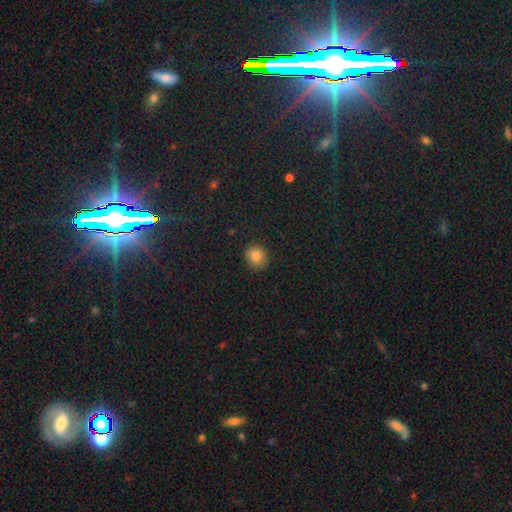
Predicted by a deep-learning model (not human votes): smooth-or-featured: smooth: 85% | star or artifact: 11% | featured or disk: 4%
  how-rounded: round: 86% | in between: 13% | cigar-shaped: 1%
  merging: none: 89% | minor disturbance: 8% | major disturbance: 2% | merger: 1%